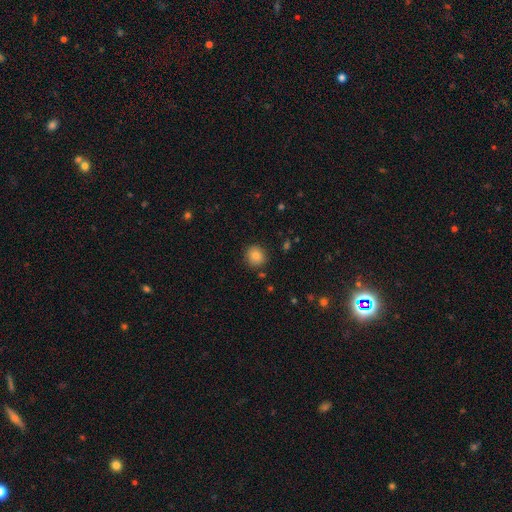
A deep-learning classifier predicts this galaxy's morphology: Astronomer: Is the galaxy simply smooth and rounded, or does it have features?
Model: smooth — 83%.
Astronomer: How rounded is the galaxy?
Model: round — 89%.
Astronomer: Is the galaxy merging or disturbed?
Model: none — 89%.